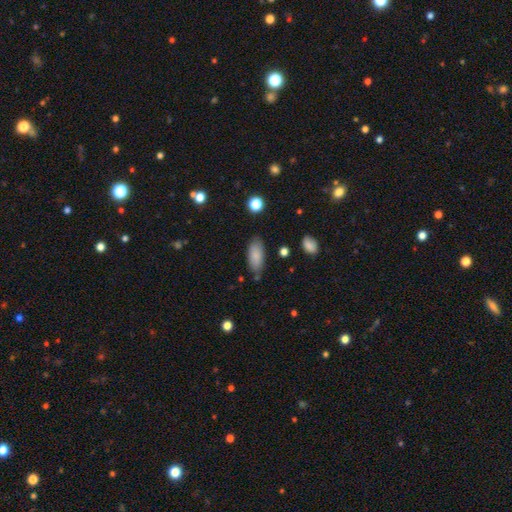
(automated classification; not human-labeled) Q: Smooth or featured?
A: smooth (83%); runner-up: featured or disk (10%)
Q: How rounded?
A: in between (85%); runner-up: cigar-shaped (13%)
Q: Merging?
A: none (74%); runner-up: minor disturbance (18%)